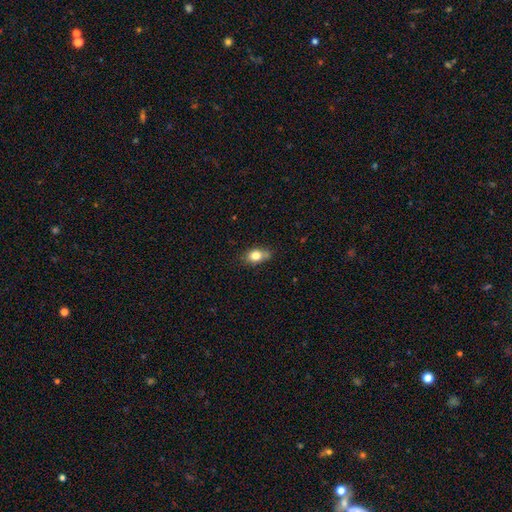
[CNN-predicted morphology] This is likely a smooth galaxy (79%). How rounded: likely in between (68%). Merging: likely none (62%).